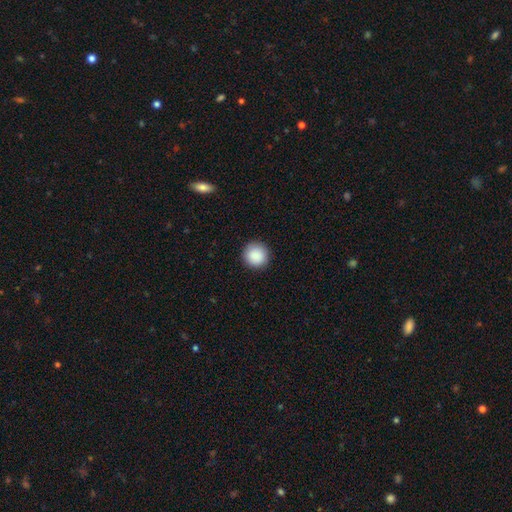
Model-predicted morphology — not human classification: Smooth or featured? smooth (89%)
How rounded? round (95%)
Merging? none (92%)